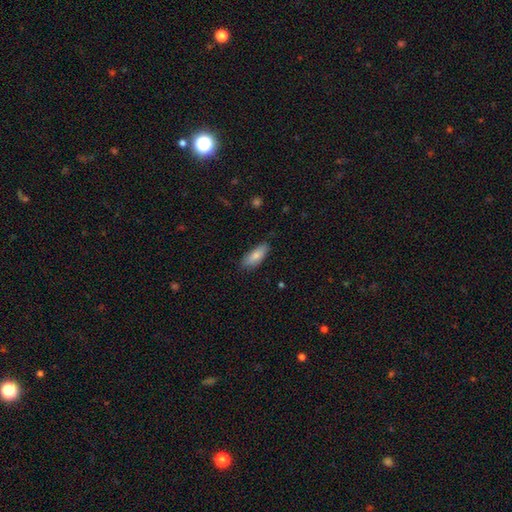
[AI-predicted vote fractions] Smooth or featured? smooth (82%)
How rounded? in between (77%)
Merging? none (80%)